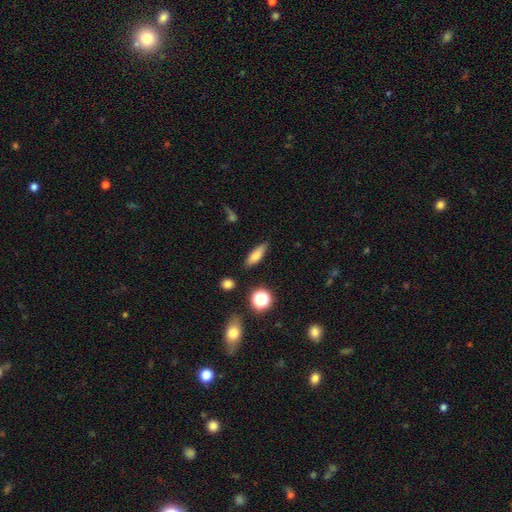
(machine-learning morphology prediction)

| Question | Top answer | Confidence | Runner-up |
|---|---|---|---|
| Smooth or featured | smooth | 74% | featured or disk (15%) |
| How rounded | in between | 51% | cigar-shaped (44%) |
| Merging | none | 83% | minor disturbance (11%) |